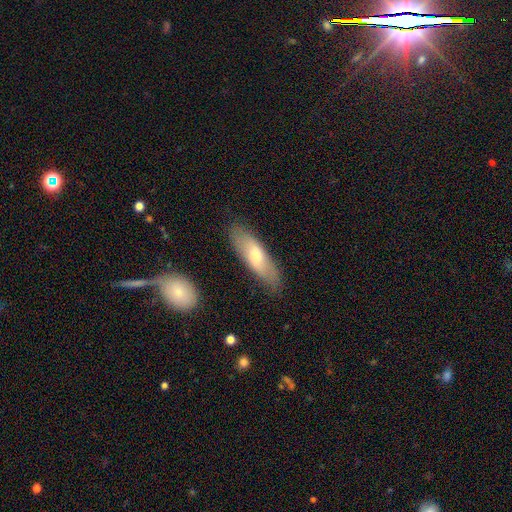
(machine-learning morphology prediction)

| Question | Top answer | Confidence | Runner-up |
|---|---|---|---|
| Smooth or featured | smooth | 63% | featured or disk (30%) |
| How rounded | in between | 54% | cigar-shaped (44%) |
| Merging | none | 81% | minor disturbance (14%) |